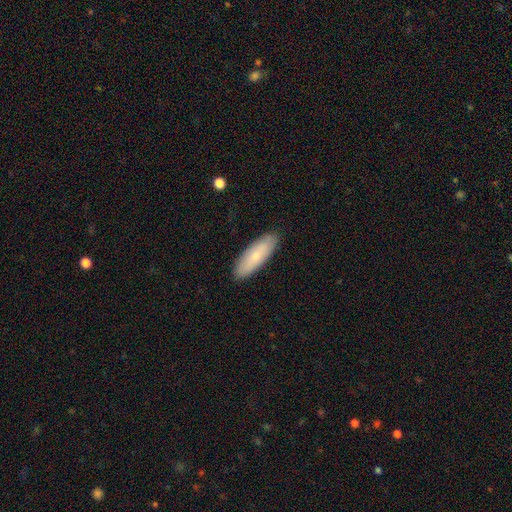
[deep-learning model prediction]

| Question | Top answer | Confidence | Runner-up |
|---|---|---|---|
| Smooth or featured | smooth | 72% | featured or disk (22%) |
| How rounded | in between | 59% | cigar-shaped (39%) |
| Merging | none | 89% | minor disturbance (8%) |